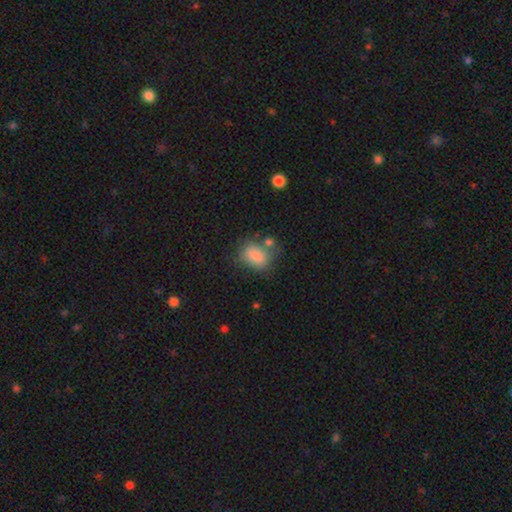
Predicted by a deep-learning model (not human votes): Q: Smooth or featured?
A: smooth (82%); runner-up: star or artifact (9%)
Q: How rounded?
A: in between (74%); runner-up: round (25%)
Q: Merging?
A: none (55%); runner-up: minor disturbance (23%)